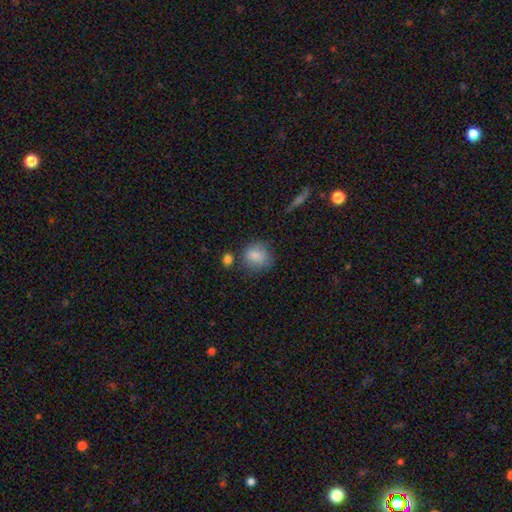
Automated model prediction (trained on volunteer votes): A smooth galaxy with no disk features (83%) that is round (72%).

Vote fractions:
- Smooth or featured? smooth: 83% / star or artifact: 9% / featured or disk: 8%
- How rounded? round: 72% / in between: 27% / cigar-shaped: 1%
- Merging? none: 66% / minor disturbance: 20% / merger: 8% / major disturbance: 6%